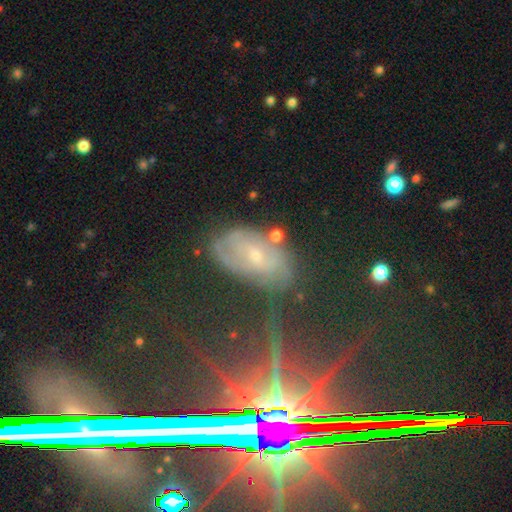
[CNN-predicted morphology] This appears to be a featured or disk galaxy (50%). Merging: none (68%).